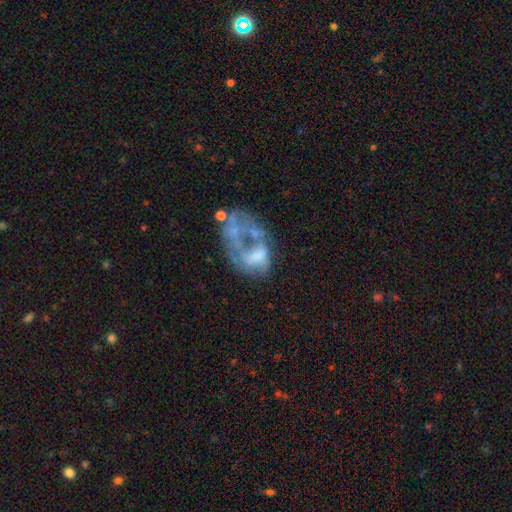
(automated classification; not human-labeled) featured or disk 57%, smooth 30%, star or artifact 13%. Down the decision tree: edge-on disk — no (98%); bar — no (84%); spiral arms — no (87%); bulge size — none (63%); merging — major disturbance (41%).